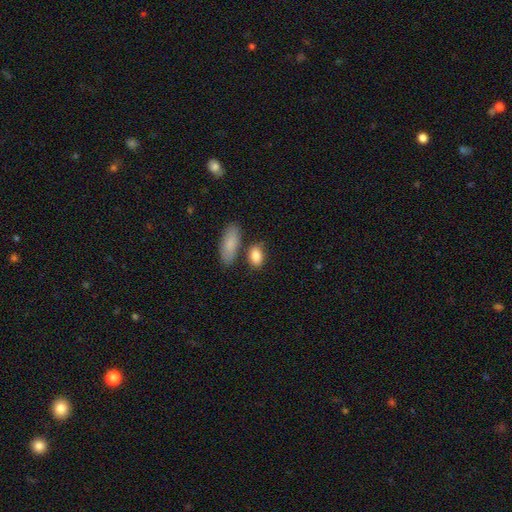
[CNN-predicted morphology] This appears to be a smooth galaxy with no disk features (86%) that is in between round and cigar-shaped (84%). Merging: none (65%).